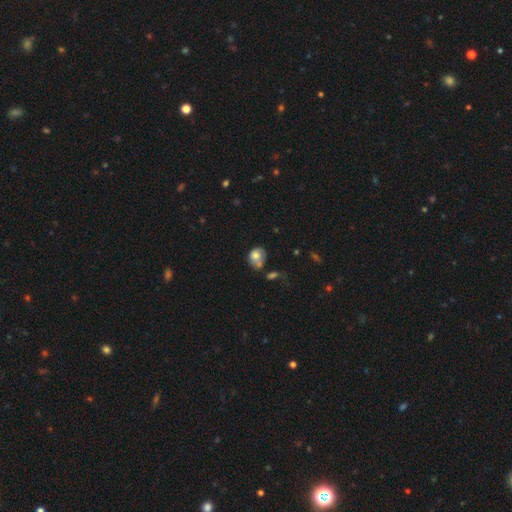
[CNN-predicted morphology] Smooth or featured? Predicted: smooth (p=0.66). How rounded? Predicted: round (p=0.50). Merging? Predicted: merger (p=0.31).